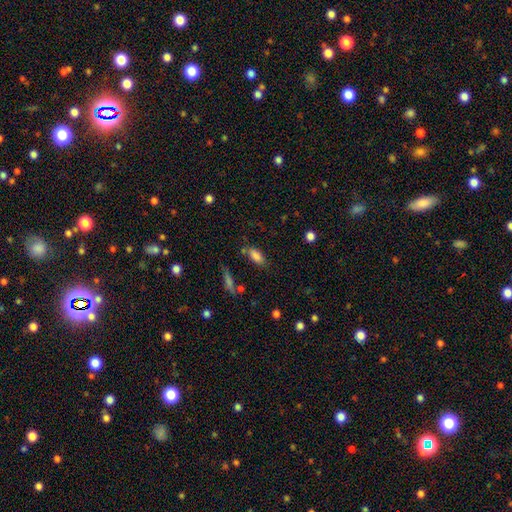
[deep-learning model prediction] Q: Smooth or featured?
A: smooth (83%); runner-up: star or artifact (10%)
Q: How rounded?
A: in between (86%); runner-up: cigar-shaped (11%)
Q: Merging?
A: none (69%); runner-up: minor disturbance (17%)